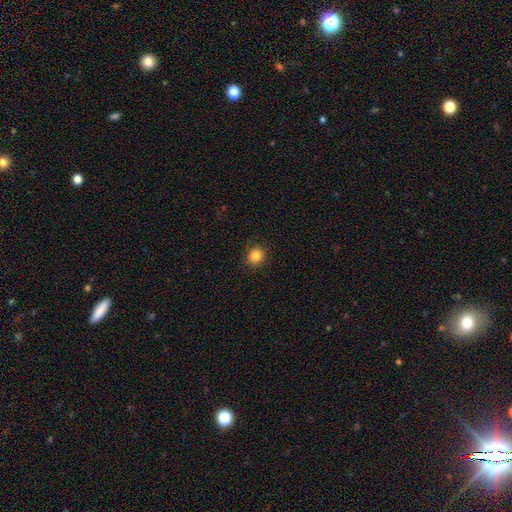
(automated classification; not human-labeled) This appears to be a smooth galaxy with no disk features (85%) that is round (82%). Merging: none (88%).